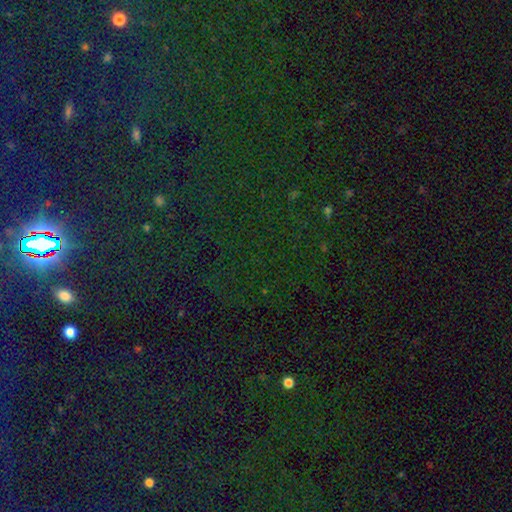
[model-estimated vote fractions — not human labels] smooth-or-featured: star or artifact: 82% | smooth: 11% | featured or disk: 7%